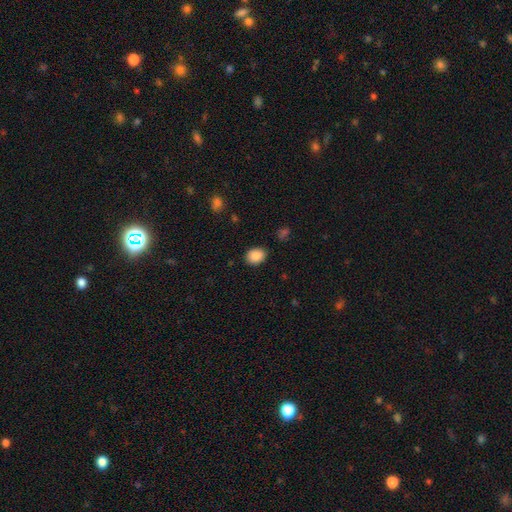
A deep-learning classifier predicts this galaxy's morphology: A smooth galaxy with no disk features (88%) that is in between round and cigar-shaped (62%).

Vote fractions:
- Smooth or featured? smooth: 88% / star or artifact: 8% / featured or disk: 3%
- How rounded? in between: 62% / round: 38% / cigar-shaped: 1%
- Merging? none: 86% / minor disturbance: 10% / major disturbance: 3% / merger: 1%